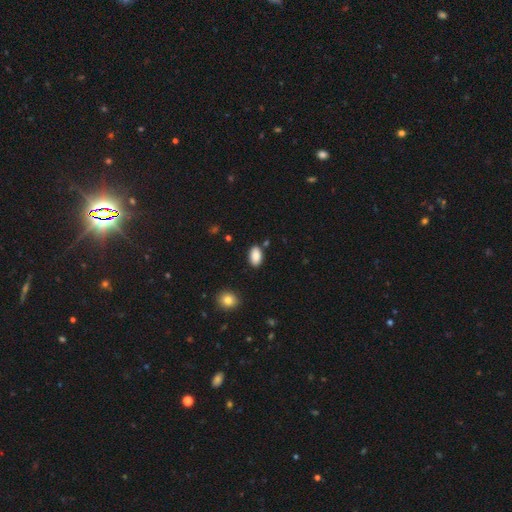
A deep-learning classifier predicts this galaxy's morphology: Smooth or featured: smooth — 88% (star or artifact — 8%)
How rounded: in between — 93% (round — 5%)
Merging: none — 85% (minor disturbance — 10%)